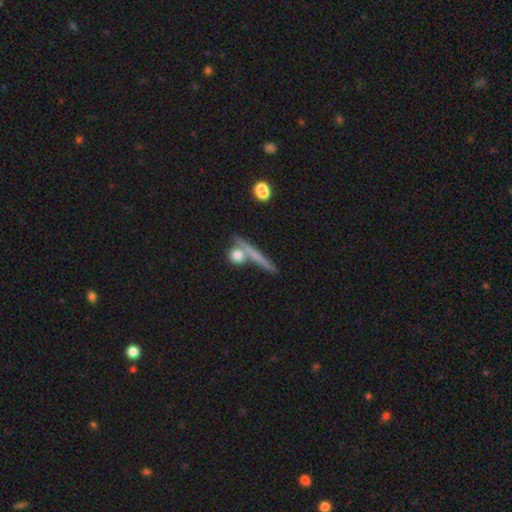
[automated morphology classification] smooth_or_featured: smooth (p=0.54) [alt: featured or disk p=0.36]
how_rounded: cigar-shaped (p=0.66) [alt: round p=0.24]
merging: none (p=0.67) [alt: merger p=0.18]